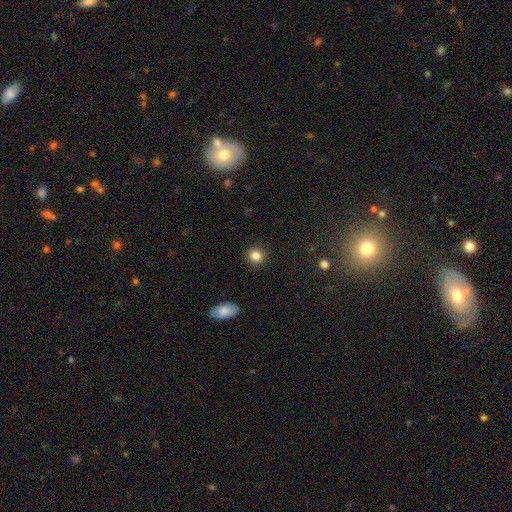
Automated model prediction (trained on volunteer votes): Smooth or featured? Predicted: smooth (p=0.85). How rounded? Predicted: round (p=0.88). Merging? Predicted: none (p=0.91).